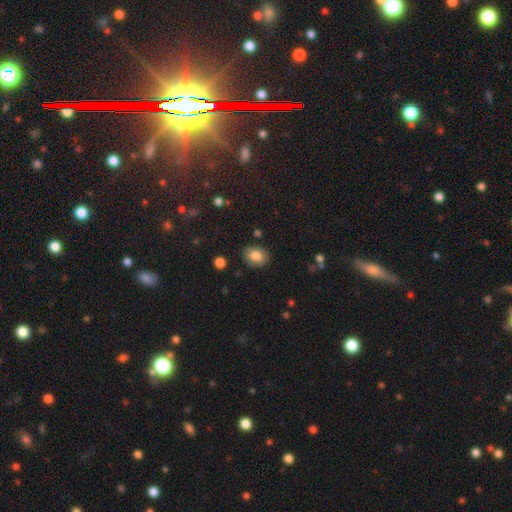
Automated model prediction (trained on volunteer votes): smooth-or-featured: smooth: 82% | featured or disk: 10% | star or artifact: 8%
  how-rounded: in between: 63% | round: 37% | cigar-shaped: 1%
  merging: none: 85% | minor disturbance: 11% | major disturbance: 3% | merger: 1%